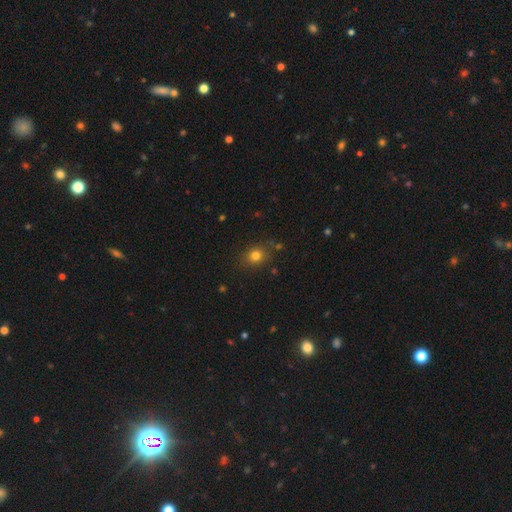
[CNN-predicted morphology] smooth_or_featured: smooth (p=0.78) [alt: star or artifact p=0.14]
how_rounded: round (p=0.64) [alt: in between p=0.35]
merging: none (p=0.82) [alt: minor disturbance p=0.12]